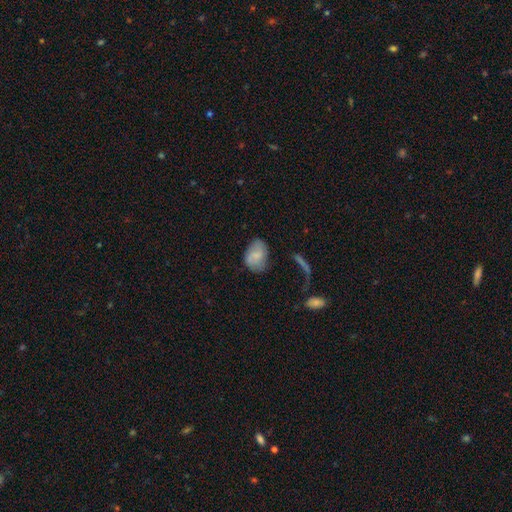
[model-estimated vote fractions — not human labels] A smooth galaxy with no disk features (69%) that is in between round and cigar-shaped (78%).

Vote fractions:
- Smooth or featured? smooth: 69% / featured or disk: 23% / star or artifact: 8%
- How rounded? in between: 78% / round: 21% / cigar-shaped: 1%
- Merging? none: 64% / minor disturbance: 25% / major disturbance: 8% / merger: 3%